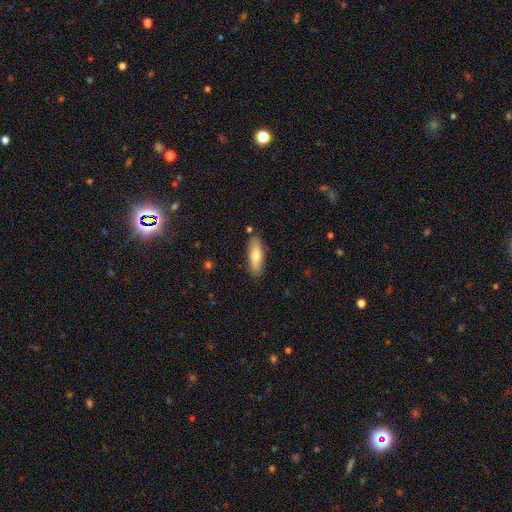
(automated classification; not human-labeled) smooth-or-featured: smooth: 70% | featured or disk: 24% | star or artifact: 6%
  how-rounded: in between: 60% | cigar-shaped: 37% | round: 2%
  merging: none: 83% | minor disturbance: 12% | merger: 2% | major disturbance: 2%